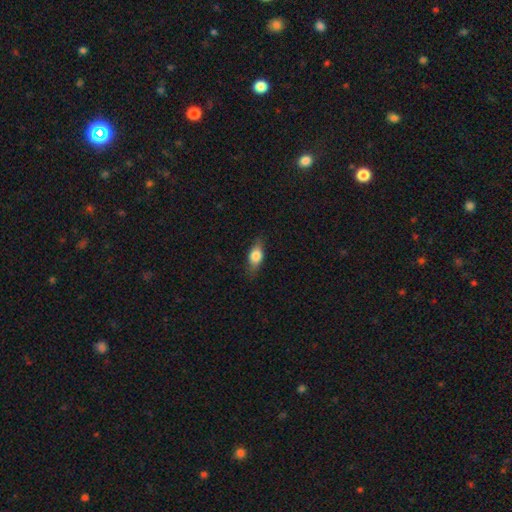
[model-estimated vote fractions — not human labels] This is likely a smooth galaxy (65%). How rounded: likely in between (75%). Merging: clearly none (81%).